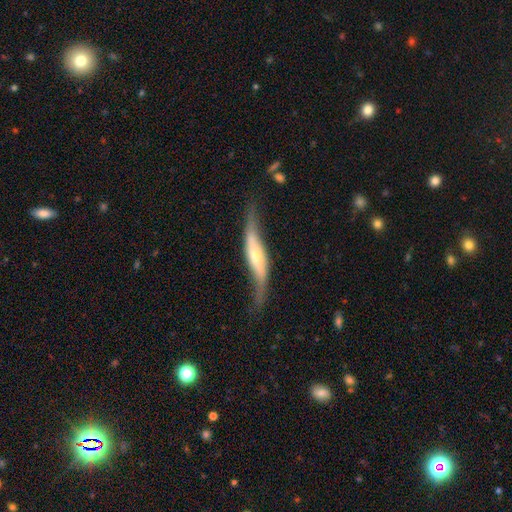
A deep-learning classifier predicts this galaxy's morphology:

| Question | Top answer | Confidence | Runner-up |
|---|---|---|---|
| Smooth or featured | featured or disk | 75% | smooth (20%) |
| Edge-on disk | yes | 54% | no (46%) |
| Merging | none | 57% | minor disturbance (26%) |